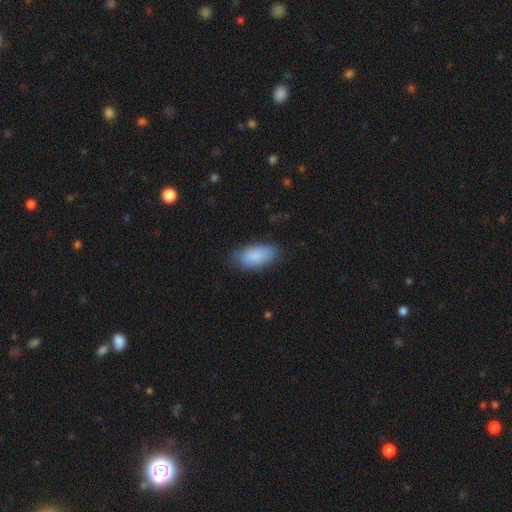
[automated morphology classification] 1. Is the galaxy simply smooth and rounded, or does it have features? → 87% smooth, 7% featured or disk, 6% star or artifact.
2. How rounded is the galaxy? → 91% in between, 7% cigar-shaped, 3% round.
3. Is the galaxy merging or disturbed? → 74% none, 20% minor disturbance, 5% major disturbance, 1% merger.